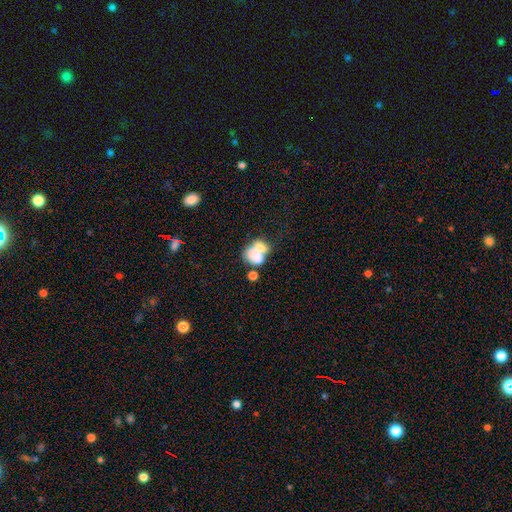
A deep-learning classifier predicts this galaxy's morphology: Overall: smooth (56%; featured or disk 34%). How rounded: in between (54%; round 45%). Merging: merger (51%; none 22%).